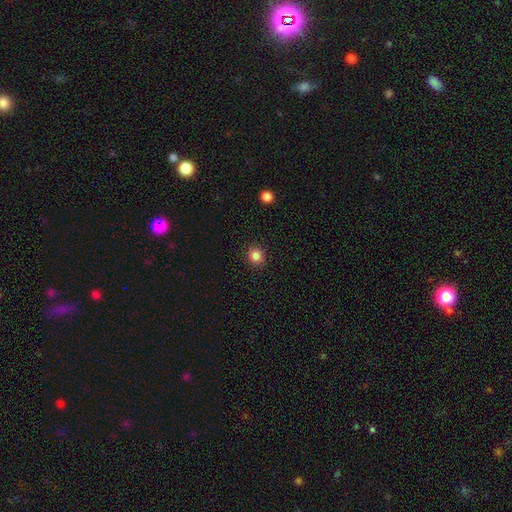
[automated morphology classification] A smooth galaxy with no disk features (83%) that is round (90%). Merging: none (92%).